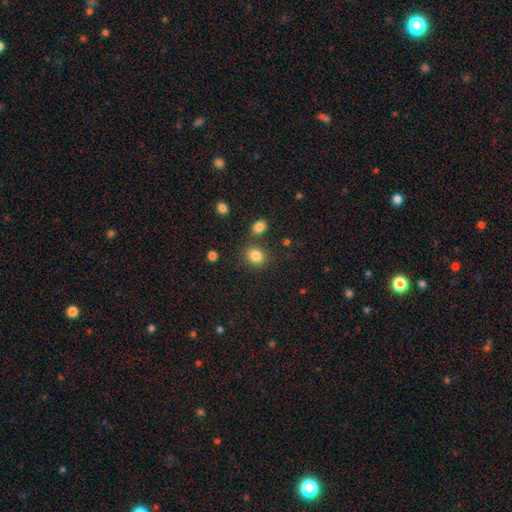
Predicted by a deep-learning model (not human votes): Smooth or featured? Predicted: smooth (p=0.84). How rounded? Predicted: round (p=0.69). Merging? Predicted: none (p=0.78).